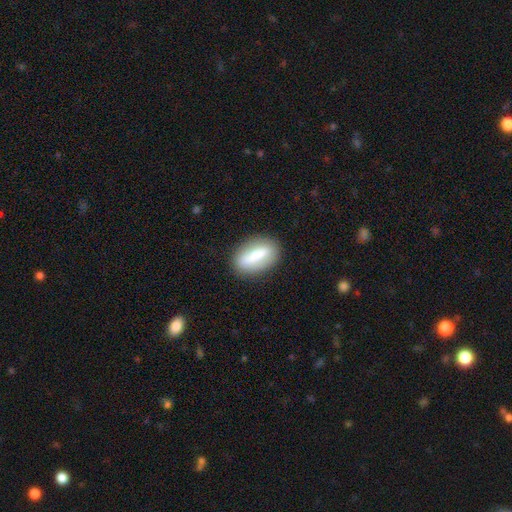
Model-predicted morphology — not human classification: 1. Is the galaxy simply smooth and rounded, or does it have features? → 55% smooth, 38% featured or disk, 7% star or artifact.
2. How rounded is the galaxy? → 79% in between, 12% cigar-shaped, 8% round.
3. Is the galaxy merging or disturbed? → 86% none, 10% minor disturbance, 3% major disturbance, 1% merger.